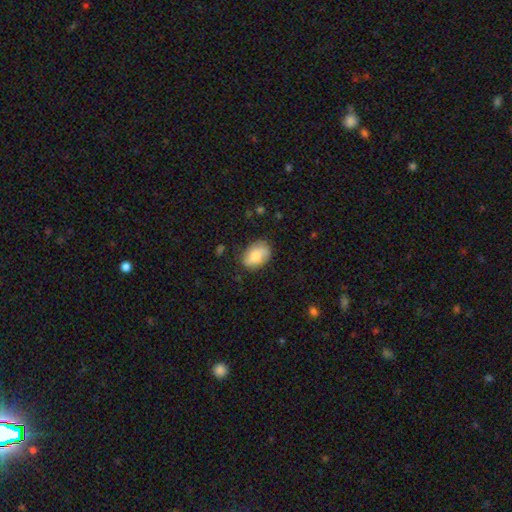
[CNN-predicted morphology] Smooth or featured?
  - smooth: 78% *
  - featured or disk: 15%
  - star or artifact: 7%
How rounded?
  - in between: 84% *
  - round: 15%
  - cigar-shaped: 1%
Merging?
  - none: 75% *
  - minor disturbance: 19%
  - major disturbance: 5%
  - merger: 1%